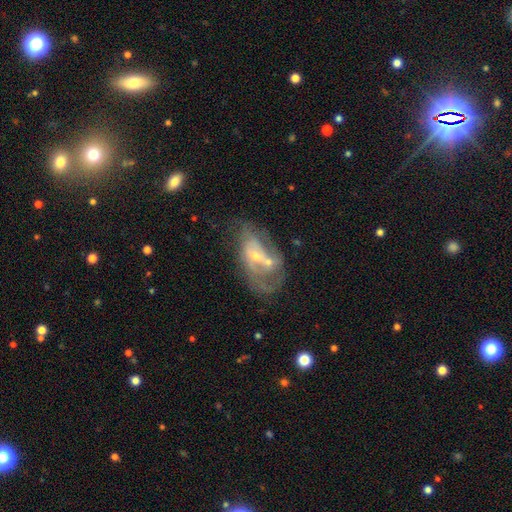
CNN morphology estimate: featured or disk 72%, smooth 20%, star or artifact 9%. Down the decision tree: edge-on disk — no (95%); bar — no (58%); spiral arms — yes (66%); bulge size — small (60%); merging — merger (34%).